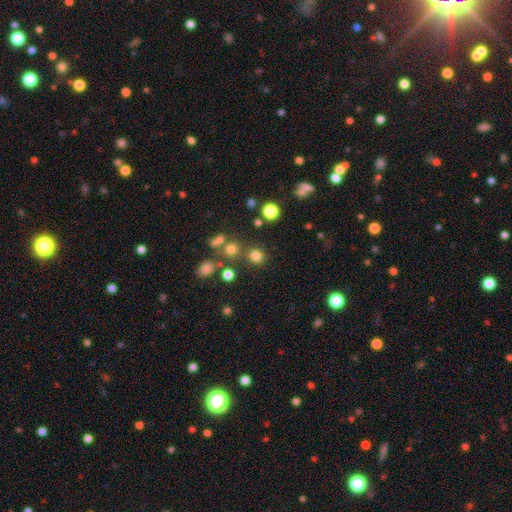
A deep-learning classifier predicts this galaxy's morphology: smooth_or_featured: smooth (p=0.76) [alt: star or artifact p=0.18]
how_rounded: round (p=0.88) [alt: in between p=0.11]
merging: none (p=0.75) [alt: merger p=0.12]